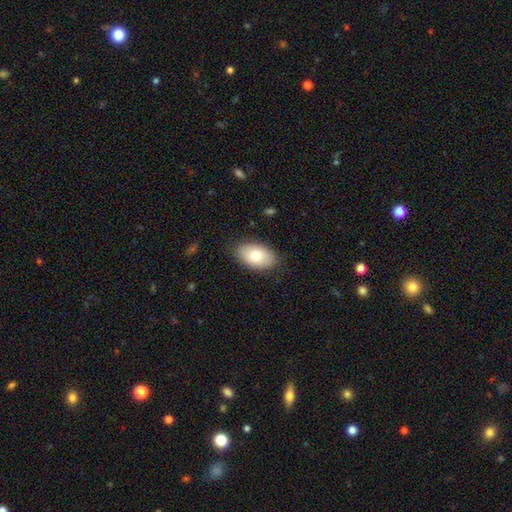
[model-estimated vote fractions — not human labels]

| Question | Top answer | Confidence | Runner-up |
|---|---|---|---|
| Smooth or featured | smooth | 77% | featured or disk (16%) |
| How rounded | in between | 92% | round (7%) |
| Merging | none | 85% | minor disturbance (12%) |